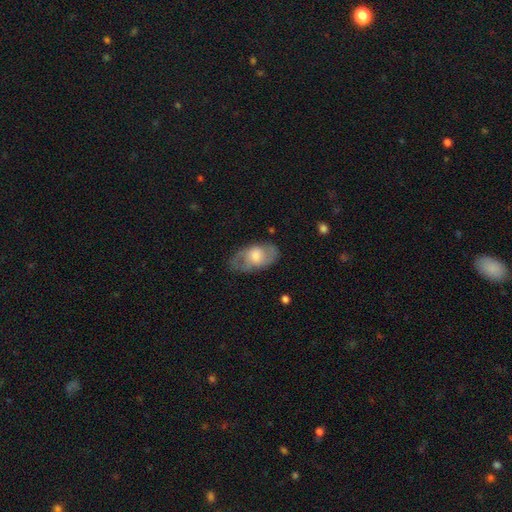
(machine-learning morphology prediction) A featured or disk galaxy (50%). Merging: none (67%).